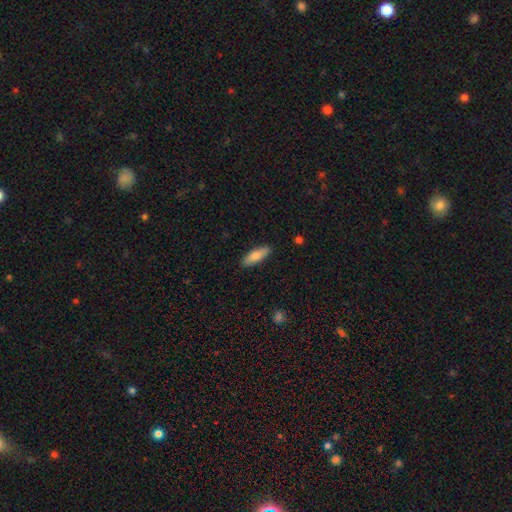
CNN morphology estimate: This is clearly a smooth galaxy (81%). How rounded: possibly in between (50%). Merging: clearly none (88%).